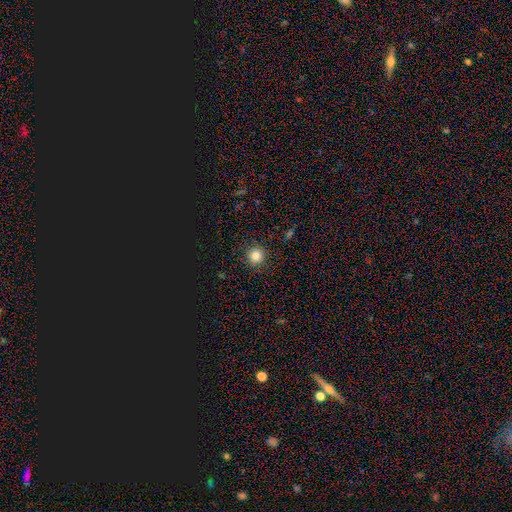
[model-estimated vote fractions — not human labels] Morphology: type=smooth (82%); roundness=round (94%); merging=none (91%).